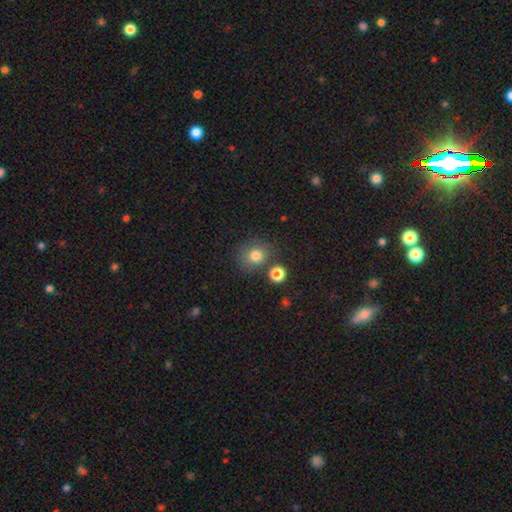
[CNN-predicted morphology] Q: Smooth or featured?
A: smooth (79%); runner-up: star or artifact (13%)
Q: How rounded?
A: round (82%); runner-up: in between (17%)
Q: Merging?
A: none (73%); runner-up: minor disturbance (13%)